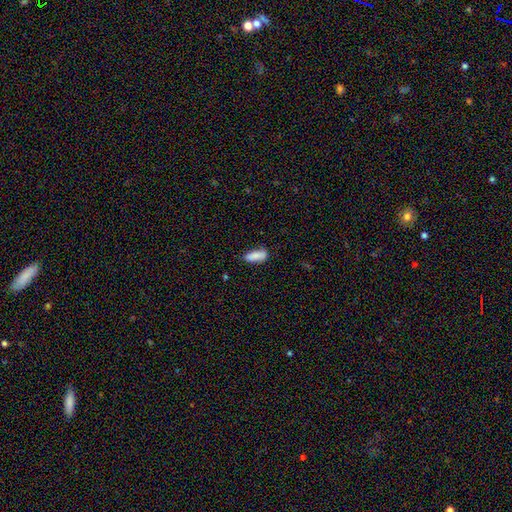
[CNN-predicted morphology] Smooth or featured? smooth (86%)
How rounded? in between (75%)
Merging? none (69%)